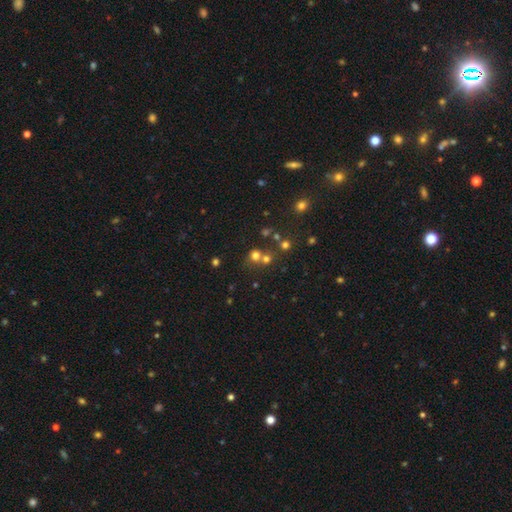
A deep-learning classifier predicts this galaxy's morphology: smooth-or-featured: smooth: 65% | star or artifact: 25% | featured or disk: 10%
  how-rounded: round: 86% | in between: 13% | cigar-shaped: 1%
  merging: none: 55% | merger: 34% | minor disturbance: 7% | major disturbance: 4%